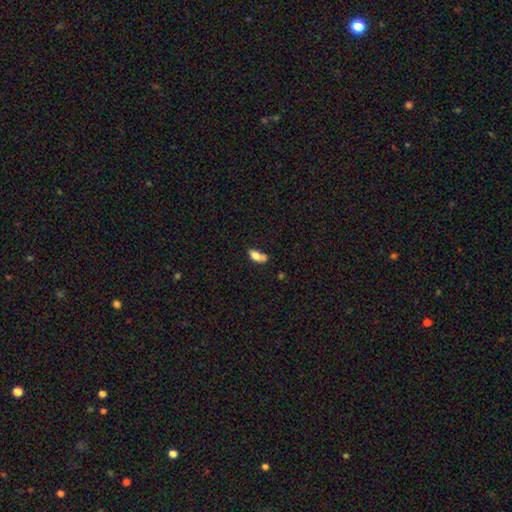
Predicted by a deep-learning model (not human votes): This is likely a smooth galaxy (73%). How rounded: clearly in between (84%). Merging: marginally merger (37%).